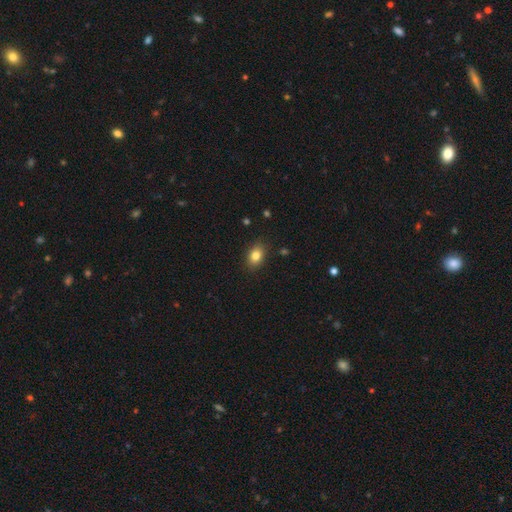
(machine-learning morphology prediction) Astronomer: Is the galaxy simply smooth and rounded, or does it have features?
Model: smooth — 82%.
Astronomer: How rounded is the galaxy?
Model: in between — 76%.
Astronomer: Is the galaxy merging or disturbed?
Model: none — 86%.